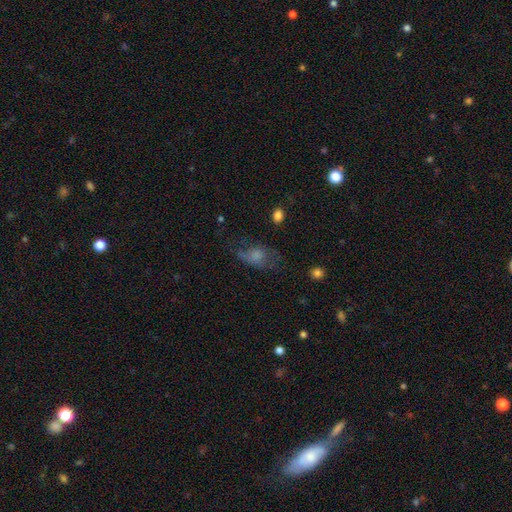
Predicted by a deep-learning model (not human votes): Q: Smooth or featured?
A: smooth (60%); runner-up: featured or disk (27%)
Q: How rounded?
A: in between (78%); runner-up: round (18%)
Q: Merging?
A: none (37%); runner-up: major disturbance (33%)